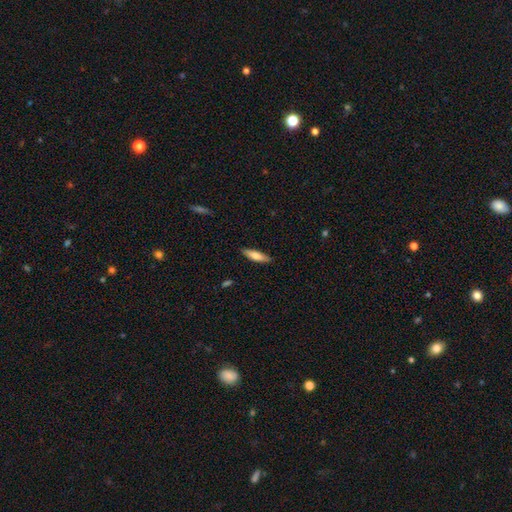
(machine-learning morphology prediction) Smooth or featured? smooth (70%)
How rounded? cigar-shaped (64%)
Merging? none (87%)